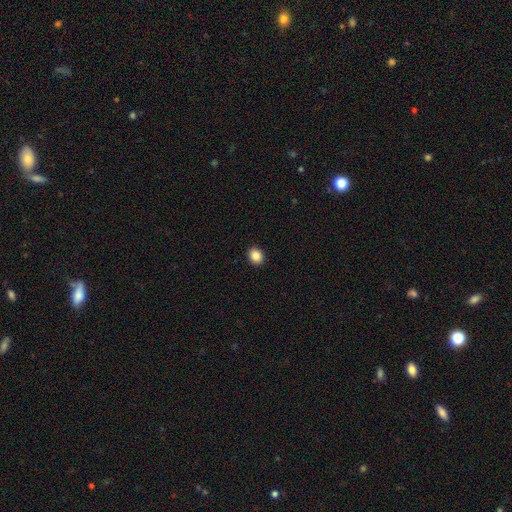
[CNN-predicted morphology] Smooth or featured? Predicted: smooth (p=0.87). How rounded? Predicted: round (p=0.55). Merging? Predicted: none (p=0.92).